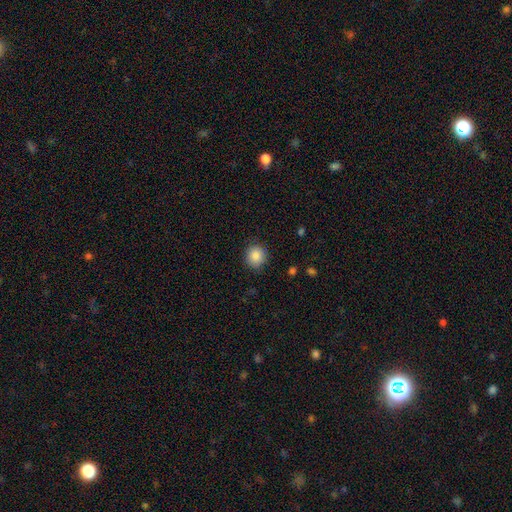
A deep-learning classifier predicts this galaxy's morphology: smooth_or_featured: smooth (p=0.87) [alt: star or artifact p=0.09]
how_rounded: round (p=0.86) [alt: in between p=0.13]
merging: none (p=0.88) [alt: minor disturbance p=0.09]